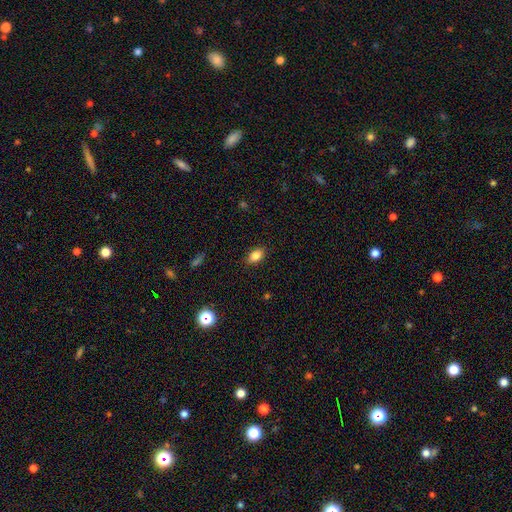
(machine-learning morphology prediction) Q: Smooth or featured?
A: smooth (85%); runner-up: star or artifact (9%)
Q: How rounded?
A: in between (88%); runner-up: round (9%)
Q: Merging?
A: none (87%); runner-up: minor disturbance (10%)